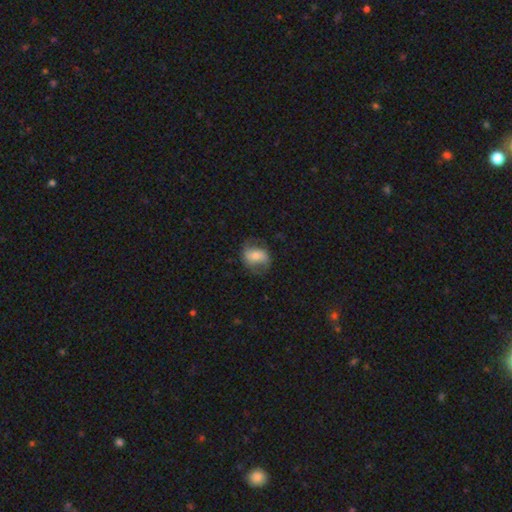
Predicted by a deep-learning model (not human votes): Morphology: type=featured or disk (51%); edge-on=no (96%); merging=none (67%).